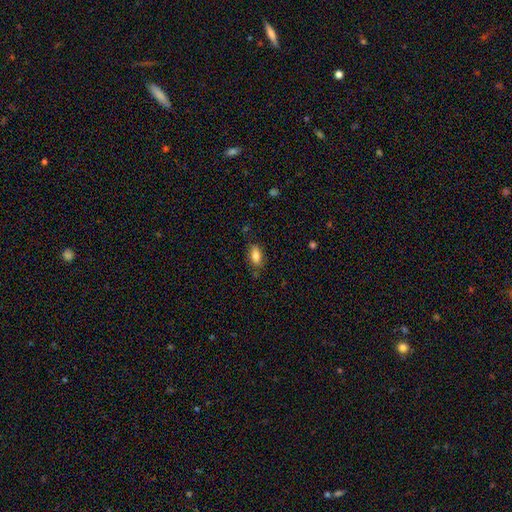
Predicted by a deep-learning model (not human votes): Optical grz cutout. It shows a smooth galaxy with no disk features (81%) that is in between round and cigar-shaped (85%). Merging: none (78%).